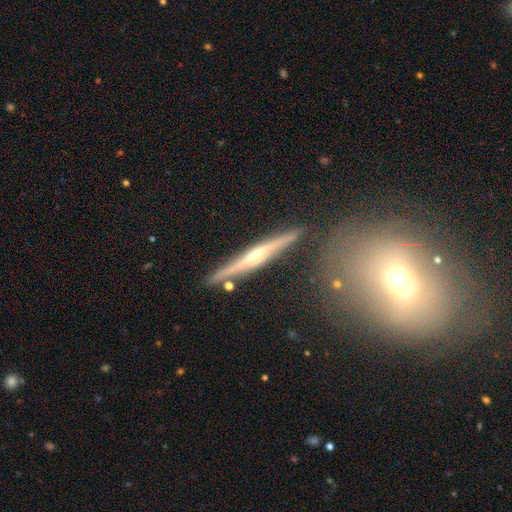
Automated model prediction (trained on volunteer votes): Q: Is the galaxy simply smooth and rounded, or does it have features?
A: featured or disk — 77%.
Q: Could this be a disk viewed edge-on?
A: yes — 97%.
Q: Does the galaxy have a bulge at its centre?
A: rounded — 78%.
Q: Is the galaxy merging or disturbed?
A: none — 86%.